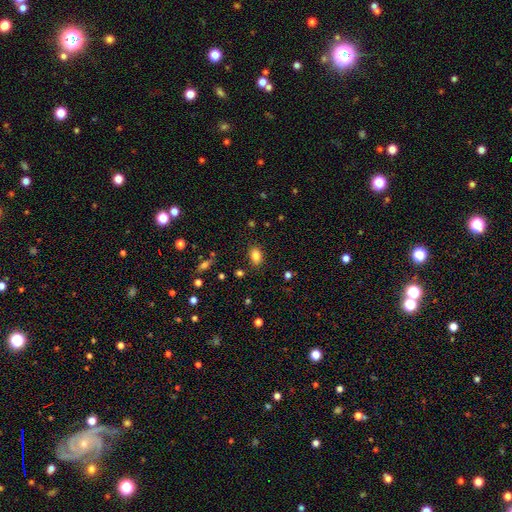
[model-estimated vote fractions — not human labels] smooth-or-featured: smooth: 84% | star or artifact: 10% | featured or disk: 6%
  how-rounded: in between: 83% | round: 16% | cigar-shaped: 2%
  merging: none: 83% | minor disturbance: 11% | major disturbance: 3% | merger: 2%